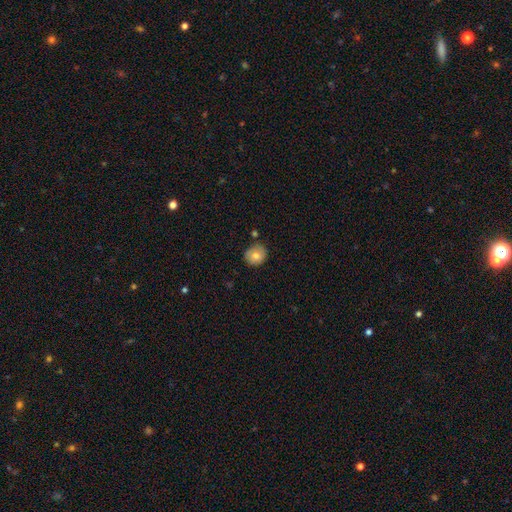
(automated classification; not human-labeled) This appears to be a smooth galaxy with no disk features (77%) that is round (82%). Merging: none (75%).